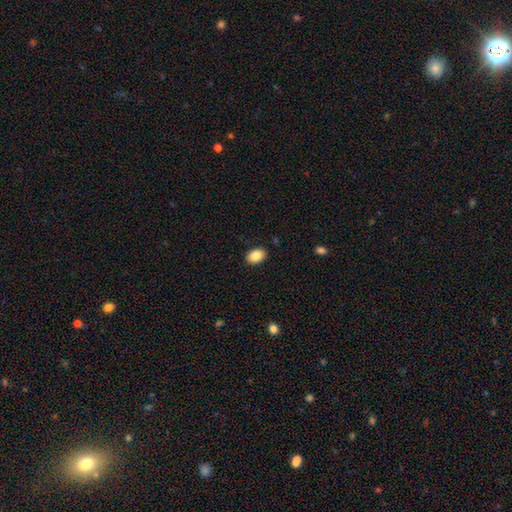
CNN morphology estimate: This is clearly a smooth galaxy (87%). How rounded: clearly in between (82%). Merging: clearly none (89%).